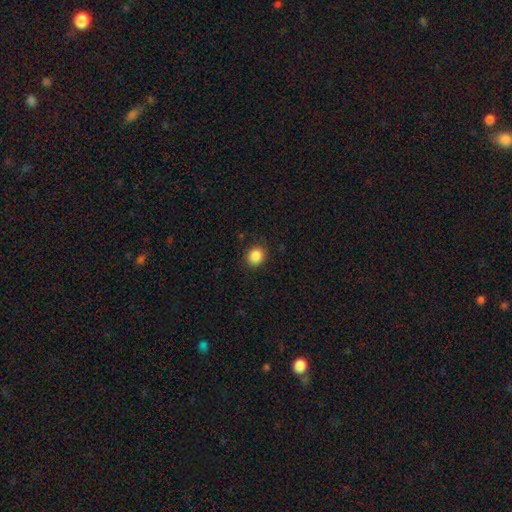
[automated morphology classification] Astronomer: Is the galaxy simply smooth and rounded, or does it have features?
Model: smooth — 87%.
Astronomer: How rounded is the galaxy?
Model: round — 77%.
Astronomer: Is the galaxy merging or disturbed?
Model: none — 88%.